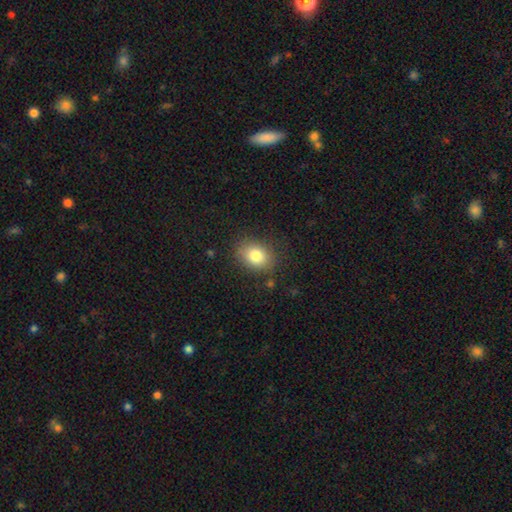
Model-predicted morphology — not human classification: smooth_or_featured: smooth (p=0.80) [alt: featured or disk p=0.10]
how_rounded: in between (p=0.61) [alt: round p=0.38]
merging: none (p=0.82) [alt: minor disturbance p=0.12]